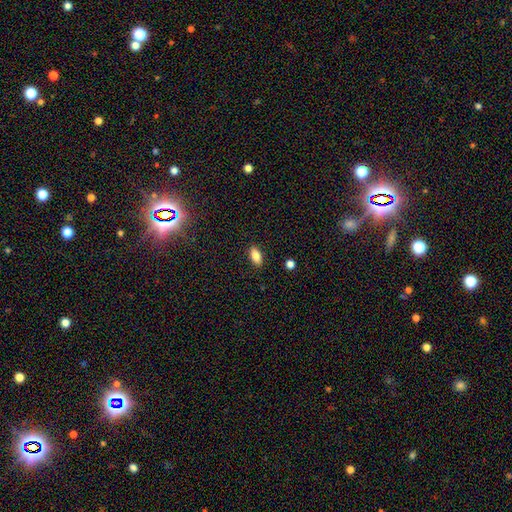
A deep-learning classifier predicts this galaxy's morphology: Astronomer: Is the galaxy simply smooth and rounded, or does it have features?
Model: smooth — 83%.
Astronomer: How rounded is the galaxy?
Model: in between — 88%.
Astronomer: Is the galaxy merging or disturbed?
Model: none — 88%.